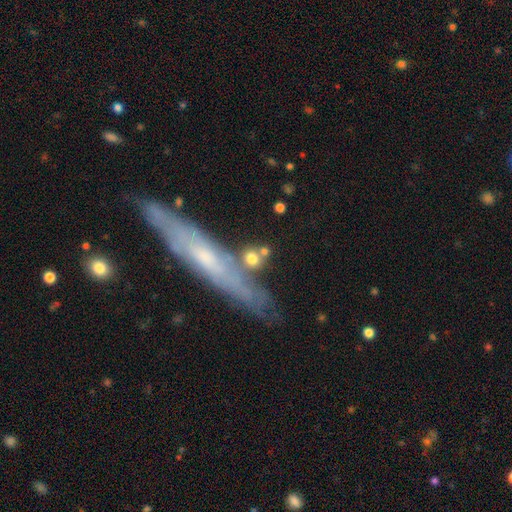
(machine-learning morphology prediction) Overall: smooth (57%; featured or disk 31%). How rounded: round (45%; cigar-shaped 35%). Merging: none (69%).